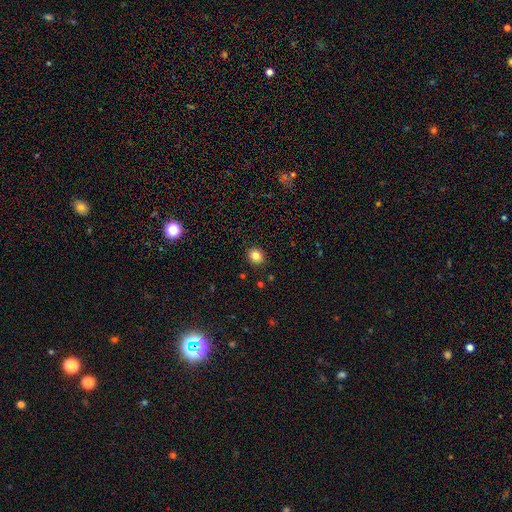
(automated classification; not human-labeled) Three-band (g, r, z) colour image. It shows a smooth galaxy with no disk features (83%) that is round (68%). Merging: none (90%).